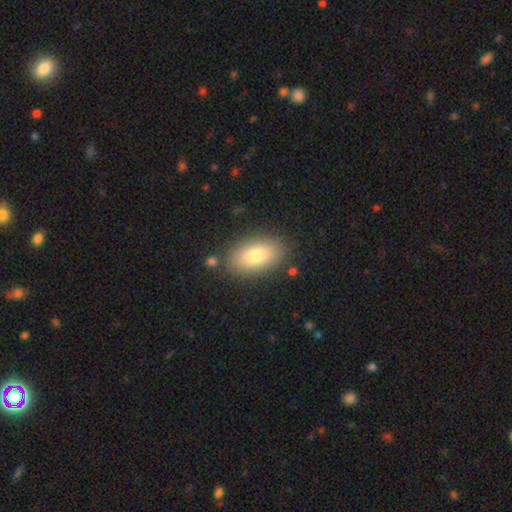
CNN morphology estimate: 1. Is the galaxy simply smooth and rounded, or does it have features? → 79% smooth, 13% featured or disk, 8% star or artifact.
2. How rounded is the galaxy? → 92% in between, 6% round, 2% cigar-shaped.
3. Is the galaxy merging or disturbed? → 85% none, 10% minor disturbance, 3% major disturbance, 3% merger.